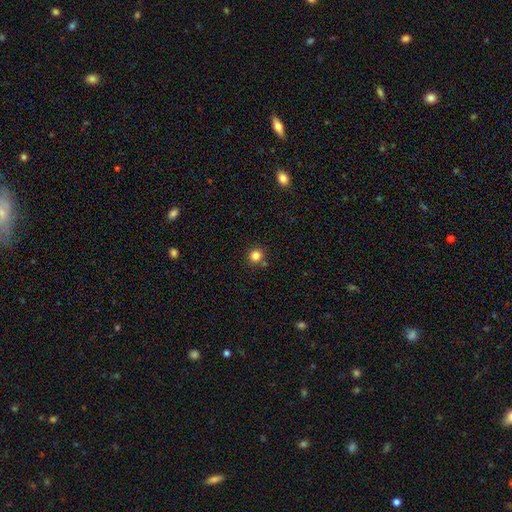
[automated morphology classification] type=smooth (82%); roundness=round (92%); merging=none (83%).